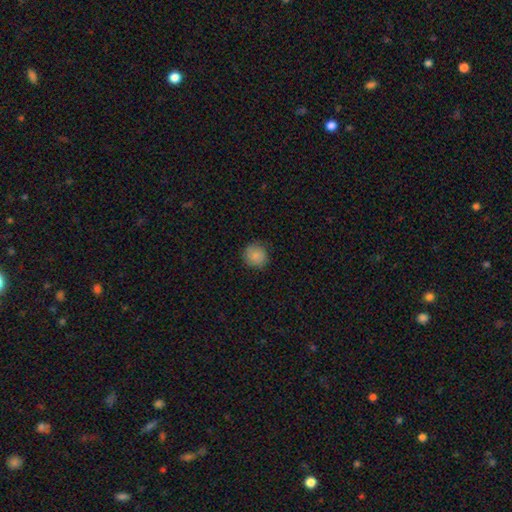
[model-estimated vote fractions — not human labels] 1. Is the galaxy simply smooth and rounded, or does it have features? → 86% smooth, 8% star or artifact, 6% featured or disk.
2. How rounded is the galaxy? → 91% round, 8% in between, 1% cigar-shaped.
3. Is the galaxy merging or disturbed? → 82% none, 14% minor disturbance, 3% major disturbance, 1% merger.